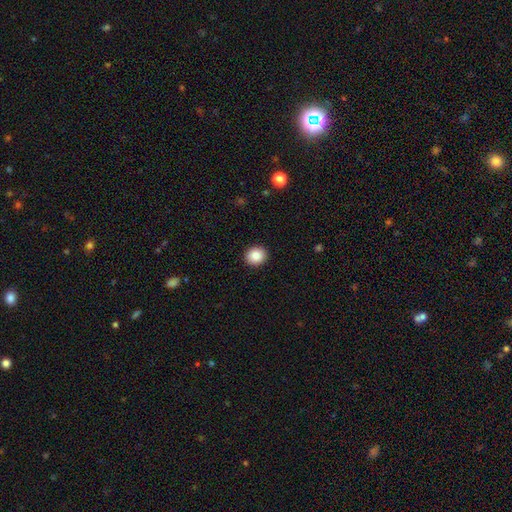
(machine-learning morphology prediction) smooth_or_featured: smooth (p=0.86) [alt: star or artifact p=0.09]
how_rounded: round (p=0.80) [alt: in between p=0.19]
merging: none (p=0.92) [alt: minor disturbance p=0.05]